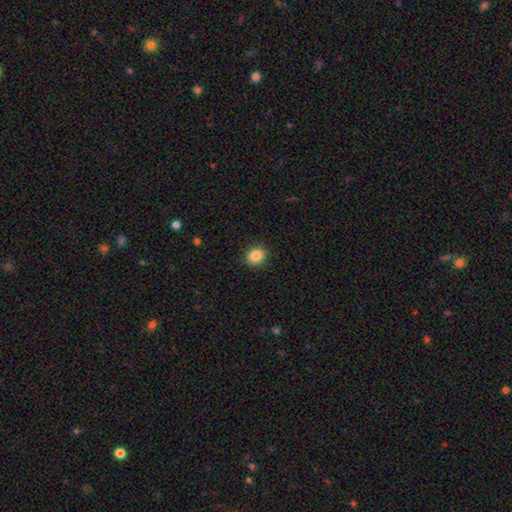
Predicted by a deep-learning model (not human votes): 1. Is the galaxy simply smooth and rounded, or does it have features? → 88% smooth, 9% star or artifact, 4% featured or disk.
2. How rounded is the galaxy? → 57% round, 43% in between, 1% cigar-shaped.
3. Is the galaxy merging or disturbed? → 90% none, 7% minor disturbance, 2% major disturbance, 1% merger.